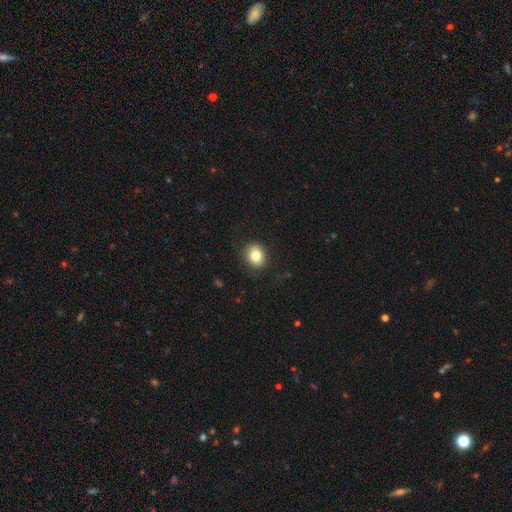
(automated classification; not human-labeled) The model was most divided on "how rounded": round: 58%, in between: 41%, cigar-shaped: 1%. More confident: merging — none (88%); smooth or featured — smooth (83%).